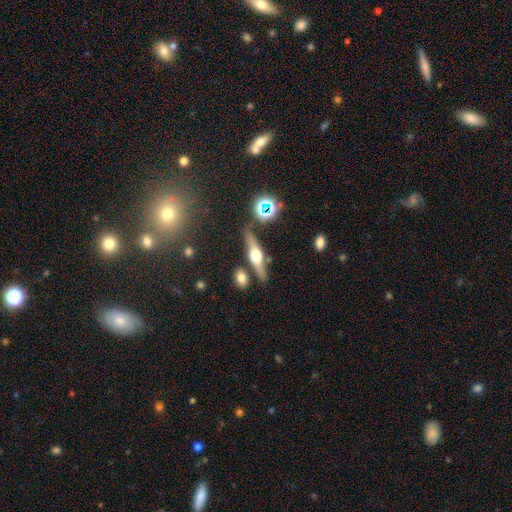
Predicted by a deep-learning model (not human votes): smooth-or-featured: featured or disk: 67% | smooth: 24% | star or artifact: 9%
  disk-edge-on: yes: 94% | no: 6%
    edge-on-bulge: rounded: 94% | boxy: 4% | none: 2%
  merging: none: 78% | minor disturbance: 11% | merger: 8% | major disturbance: 3%